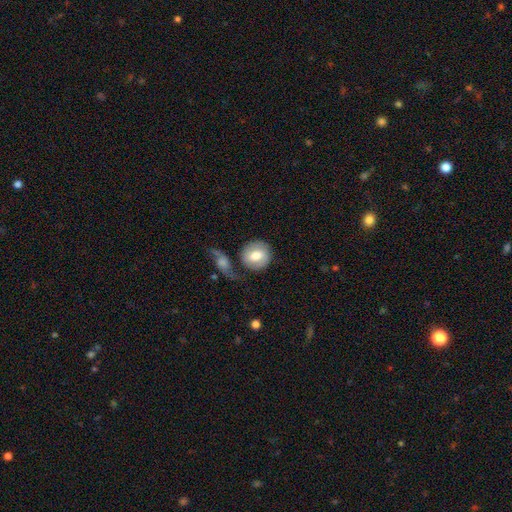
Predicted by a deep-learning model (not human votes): Smooth or featured? smooth (66%)
How rounded? round (85%)
Merging? none (59%)